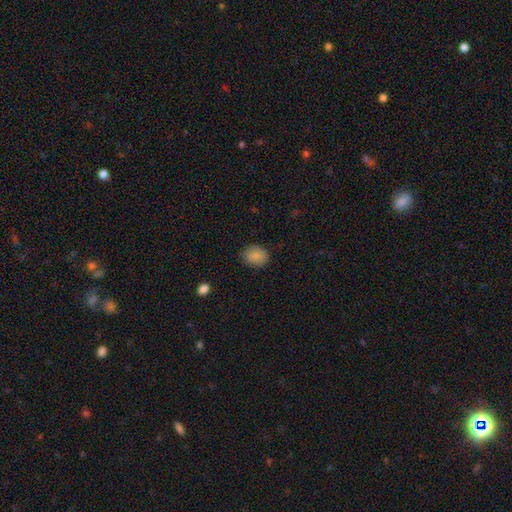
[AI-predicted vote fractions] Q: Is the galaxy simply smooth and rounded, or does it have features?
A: smooth — 87%.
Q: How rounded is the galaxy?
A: in between — 50%.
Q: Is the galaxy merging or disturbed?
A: none — 82%.